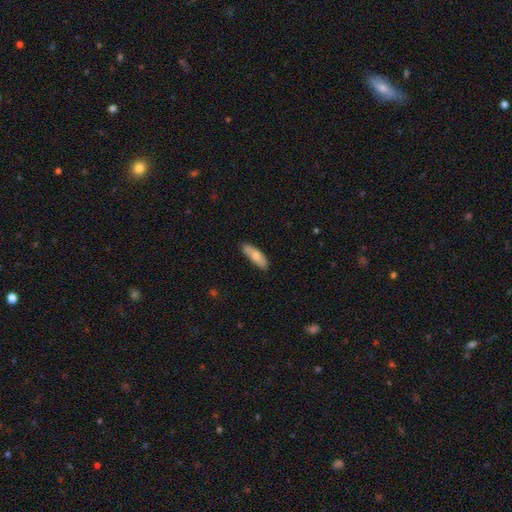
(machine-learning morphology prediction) Smooth or featured: smooth — 75% (featured or disk — 19%)
How rounded: in between — 54% (cigar-shaped — 44%)
Merging: none — 77% (minor disturbance — 18%)